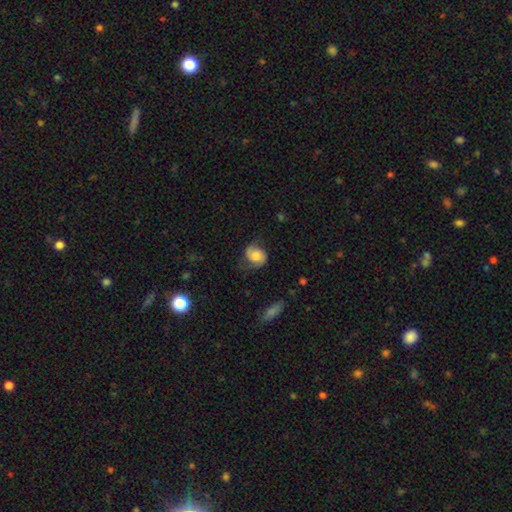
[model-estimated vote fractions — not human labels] This appears to be a smooth galaxy with no disk features (48%). Merging: none (57%).